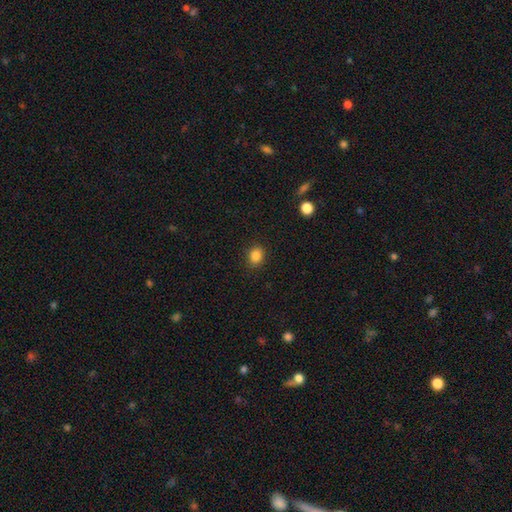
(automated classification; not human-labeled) The model was most divided on "how rounded": round: 57%, in between: 42%, cigar-shaped: 1%. More confident: merging — none (88%); smooth or featured — smooth (85%).